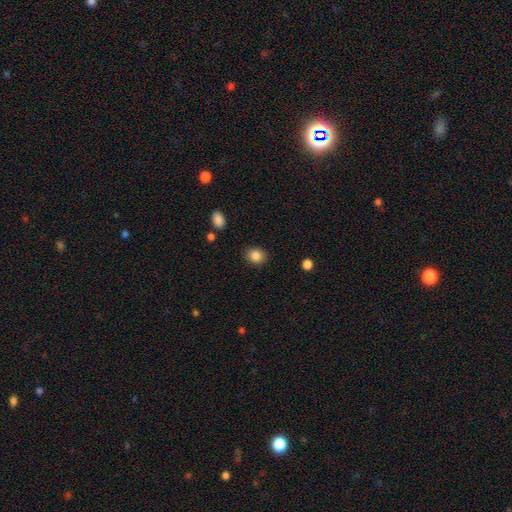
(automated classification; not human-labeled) smooth_or_featured: smooth (p=0.86) [alt: star or artifact p=0.10]
how_rounded: round (p=0.65) [alt: in between p=0.34]
merging: none (p=0.88) [alt: minor disturbance p=0.08]